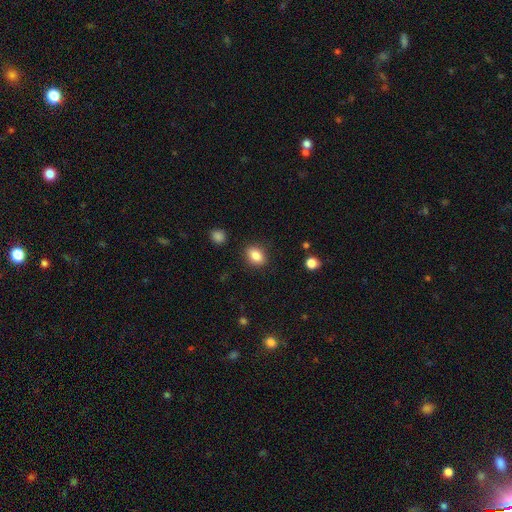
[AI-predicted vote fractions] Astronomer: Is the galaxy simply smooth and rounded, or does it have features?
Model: smooth — 85%.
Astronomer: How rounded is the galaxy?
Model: in between — 69%.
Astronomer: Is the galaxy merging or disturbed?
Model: none — 86%.